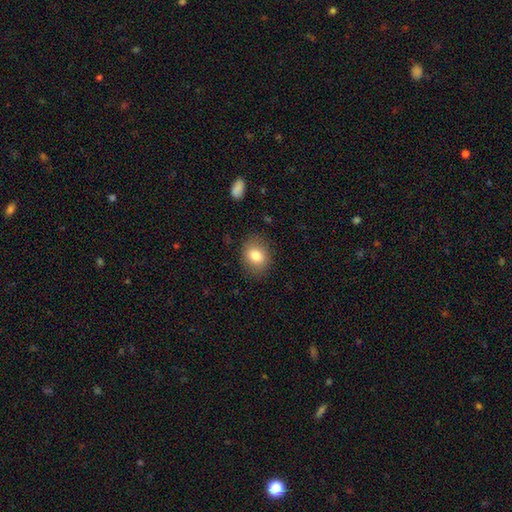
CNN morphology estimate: A smooth galaxy with no disk features (81%) that is in between round and cigar-shaped (53%).

Vote fractions:
- Smooth or featured? smooth: 81% / featured or disk: 10% / star or artifact: 9%
- How rounded? in between: 53% / round: 46% / cigar-shaped: 1%
- Merging? none: 83% / minor disturbance: 12% / major disturbance: 4% / merger: 1%